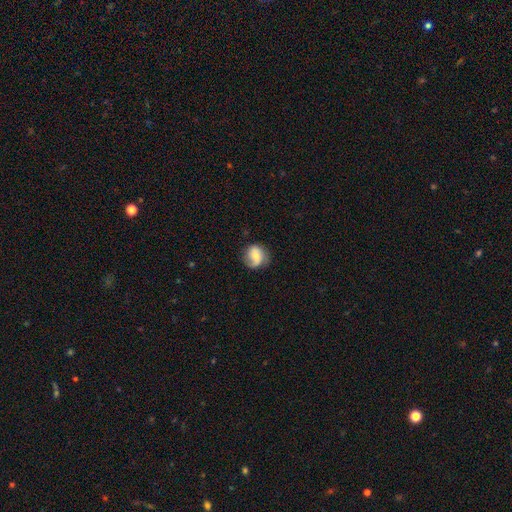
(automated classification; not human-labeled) Morphology: type=smooth (46%, tied with featured or disk); merging=none (66%).